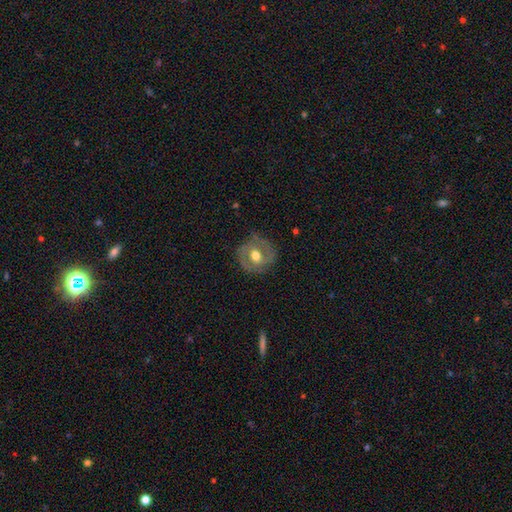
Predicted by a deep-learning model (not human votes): smooth-or-featured: featured or disk: 56% | smooth: 38% | star or artifact: 6%
  disk-edge-on: no: 96% | yes: 4%
    bar: no: 58% | weak: 32% | strong: 10%
    has-spiral-arms: yes: 50% (tied) | no: 50% (tied)
    bulge-size: moderate: 76% | large: 16% | small: 6% | dominant: 1% | none: 1%
  merging: none: 73% | minor disturbance: 19% | major disturbance: 7% | merger: 1%